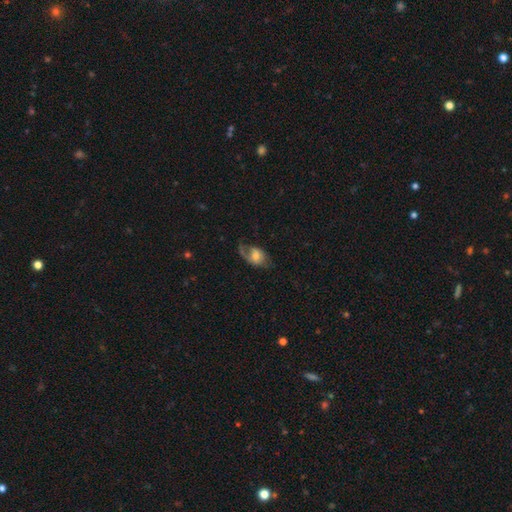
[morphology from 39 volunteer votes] type=featured or disk (62%); edge-on=no (79%); bar=no (68%); spiral arms=yes (63%); winding=medium (50%); arm count=2 (58%); bulge=moderate (53%); merging=none (64%).